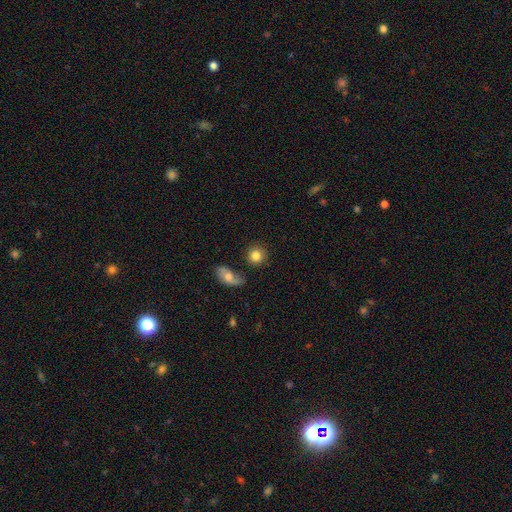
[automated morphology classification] smooth-or-featured: smooth: 82% | featured or disk: 9% | star or artifact: 9%
  how-rounded: round: 88% | in between: 11% | cigar-shaped: 1%
  merging: none: 78% | minor disturbance: 11% | merger: 8% | major disturbance: 4%